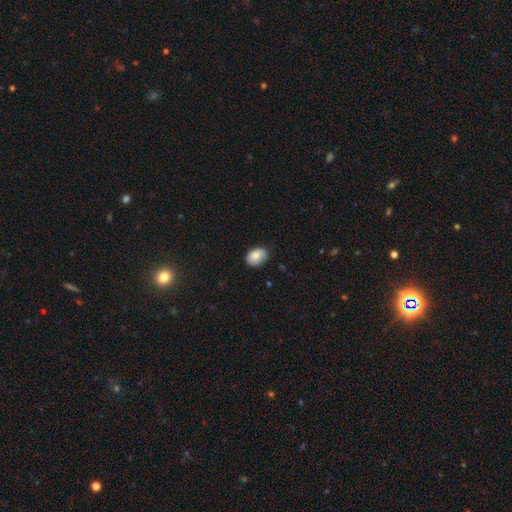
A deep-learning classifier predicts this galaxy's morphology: Smooth or featured? Predicted: smooth (p=0.81). How rounded? Predicted: in between (p=0.74). Merging? Predicted: none (p=0.75).